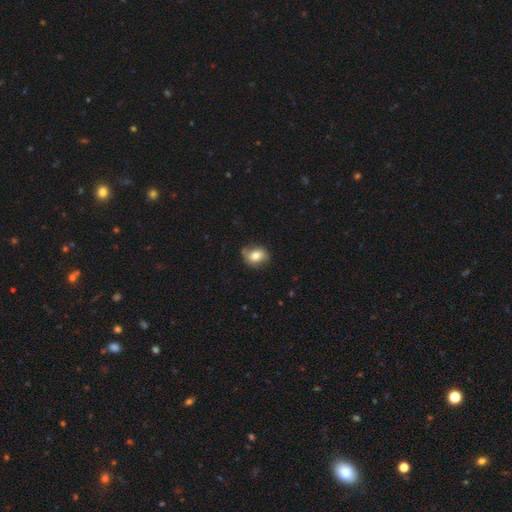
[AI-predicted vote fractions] A smooth galaxy with no disk features (73%) that is in between round and cigar-shaped (52%). Merging: none (69%).